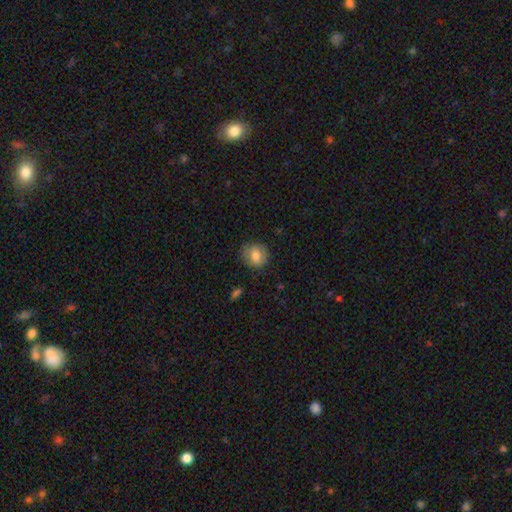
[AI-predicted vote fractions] Smooth or featured? smooth (79%)
How rounded? round (73%)
Merging? none (80%)